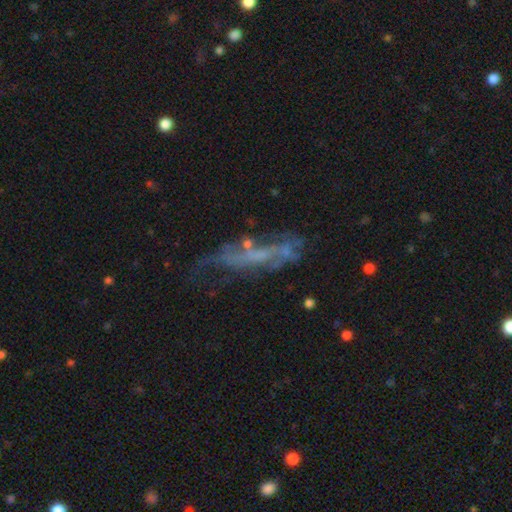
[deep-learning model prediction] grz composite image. It shows a featured or disk galaxy (60%). Merging: none (41%).